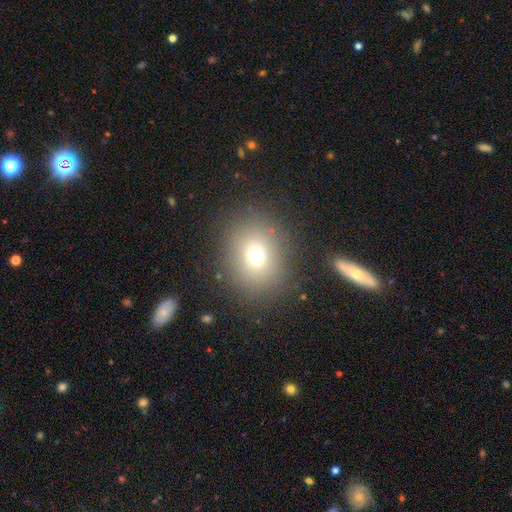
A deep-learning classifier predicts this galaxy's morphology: smooth 72%, star or artifact 16%, featured or disk 12%. Down the decision tree: how rounded — round (67%); merging — none (85%).